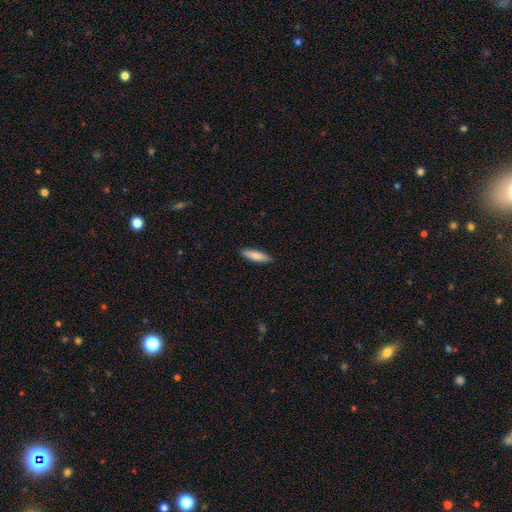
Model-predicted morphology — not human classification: The model was most divided on "how rounded": cigar-shaped: 67%, in between: 32%, round: 2%. More confident: merging — none (90%); smooth or featured — smooth (83%).